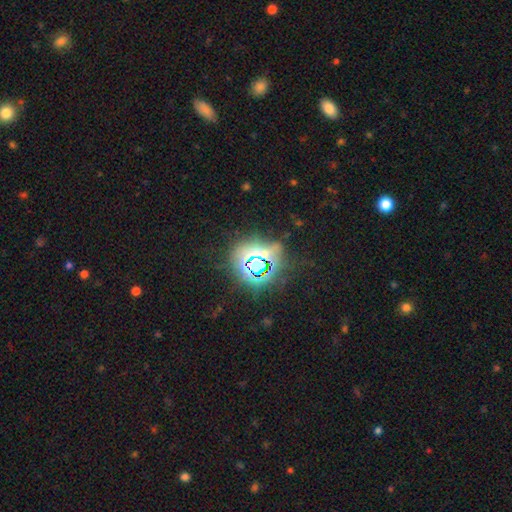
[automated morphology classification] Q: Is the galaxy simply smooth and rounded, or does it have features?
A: star or artifact — 74%.